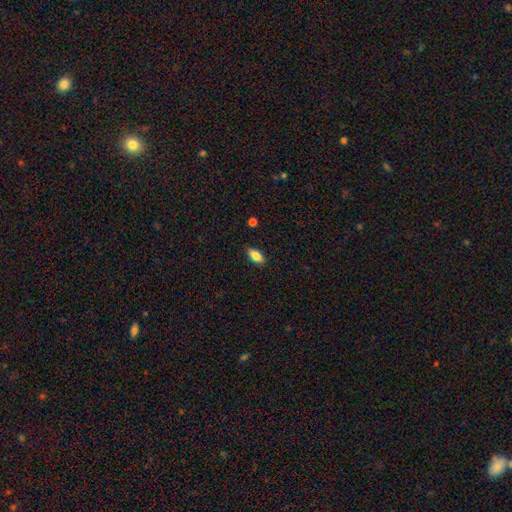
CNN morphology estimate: Smooth or featured?
  - smooth: 83% *
  - featured or disk: 10%
  - star or artifact: 8%
How rounded?
  - in between: 87% *
  - cigar-shaped: 10%
  - round: 3%
Merging?
  - none: 87% *
  - minor disturbance: 10%
  - major disturbance: 2%
  - merger: 1%